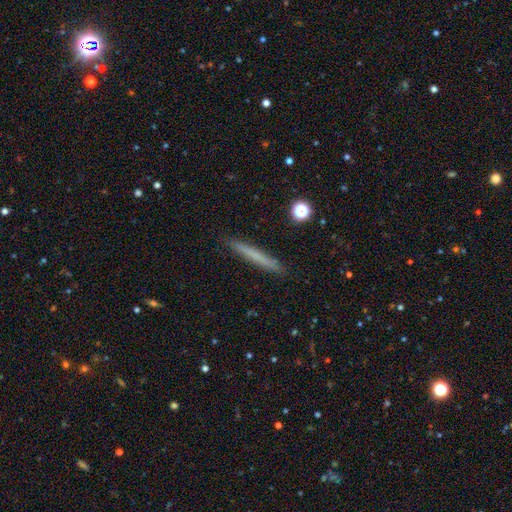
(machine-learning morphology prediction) Smooth or featured?
  - smooth: 64% *
  - featured or disk: 29%
  - star or artifact: 7%
How rounded?
  - cigar-shaped: 97% *
  - in between: 2%
  - round: 1%
Merging?
  - none: 91% *
  - minor disturbance: 6%
  - major disturbance: 1%
  - merger: 1%